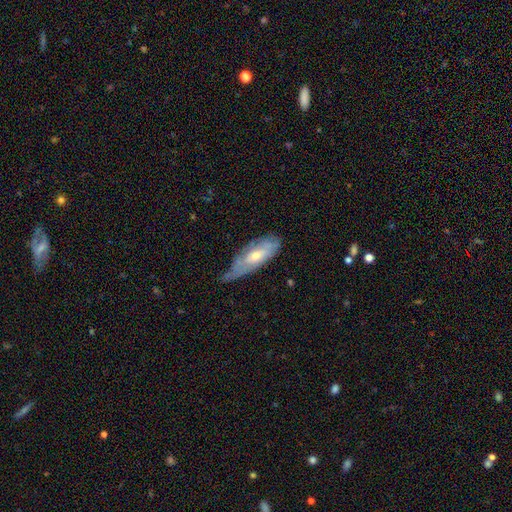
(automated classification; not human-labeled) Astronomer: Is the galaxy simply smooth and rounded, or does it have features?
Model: featured or disk — 56% (runner-up: smooth, 37%).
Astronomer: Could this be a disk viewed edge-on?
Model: no — 74%.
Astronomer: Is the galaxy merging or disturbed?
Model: none — 43% (runner-up: minor disturbance, 41%).